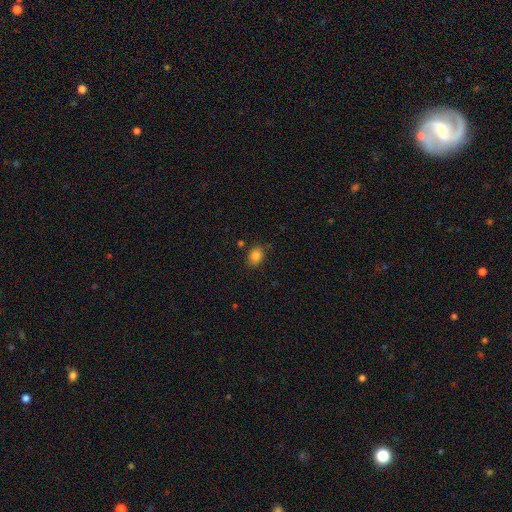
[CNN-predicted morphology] Smooth or featured? Predicted: smooth (p=0.84). How rounded? Predicted: in between (p=0.59). Merging? Predicted: none (p=0.79).